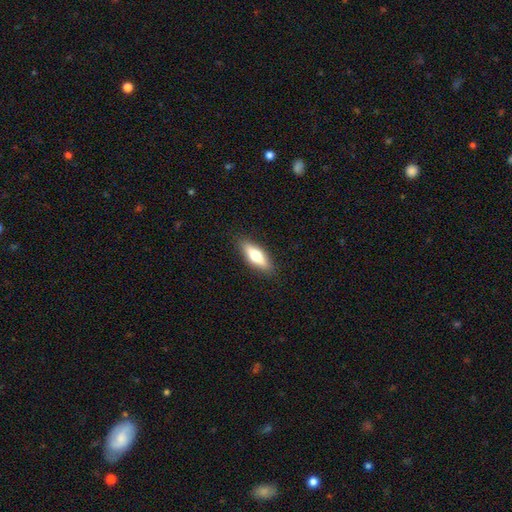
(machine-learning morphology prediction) smooth 65%, featured or disk 28%, star or artifact 6%. Down the decision tree: how rounded — in between (56%); merging — none (88%).